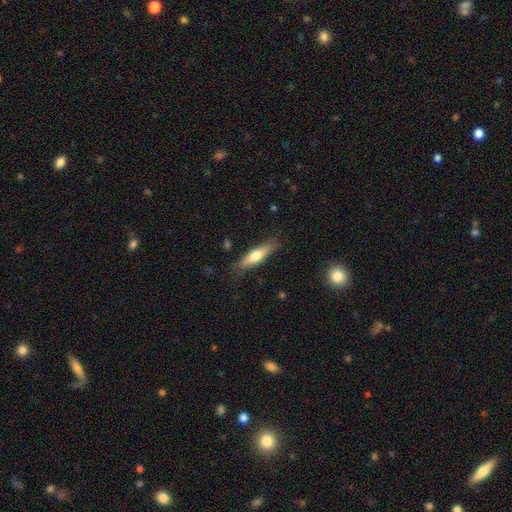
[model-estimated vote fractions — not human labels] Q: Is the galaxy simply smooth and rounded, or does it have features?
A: smooth — 59%.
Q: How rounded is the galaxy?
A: cigar-shaped — 65%.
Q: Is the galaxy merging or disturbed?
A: none — 83%.